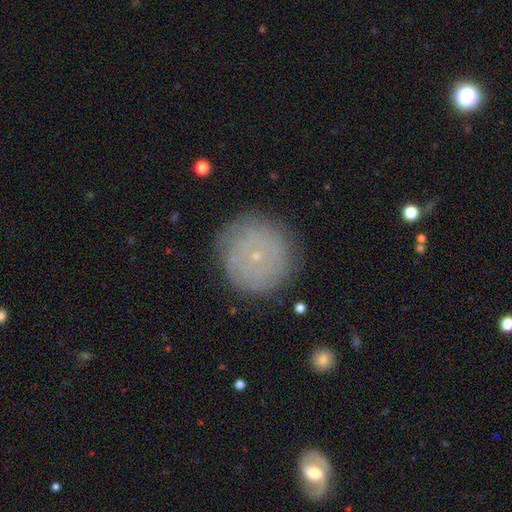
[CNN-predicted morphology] This is possibly a featured or disk galaxy (48%). Merging: clearly none (83%).